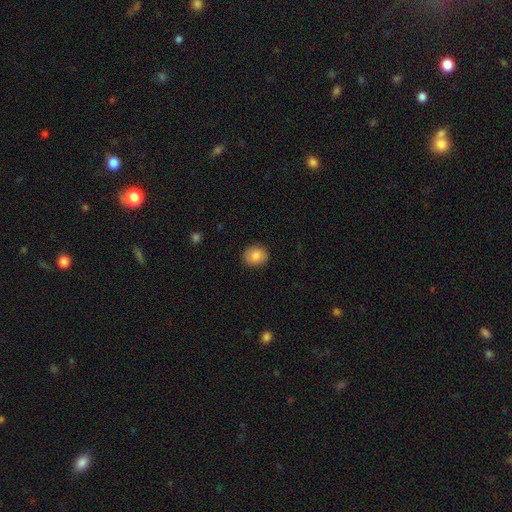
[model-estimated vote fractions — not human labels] A smooth galaxy with no disk features (85%) that is round (70%).

Vote fractions:
- Smooth or featured? smooth: 85% / star or artifact: 8% / featured or disk: 7%
- How rounded? round: 70% / in between: 29% / cigar-shaped: 1%
- Merging? none: 88% / minor disturbance: 8% / major disturbance: 2% / merger: 1%